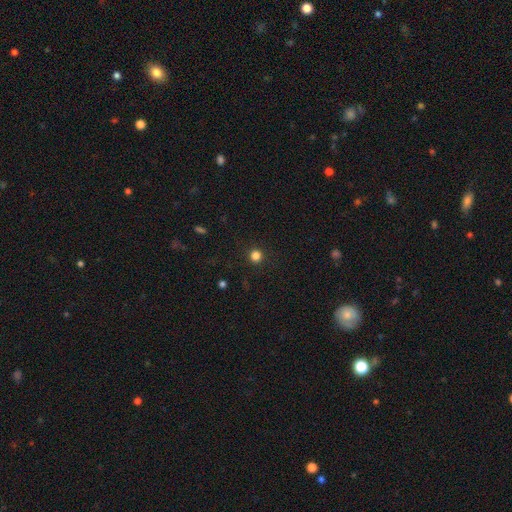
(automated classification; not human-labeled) The model was most divided on "smooth or featured": smooth: 82%, star or artifact: 14%, featured or disk: 4%. More confident: how rounded — round (95%); merging — none (92%).